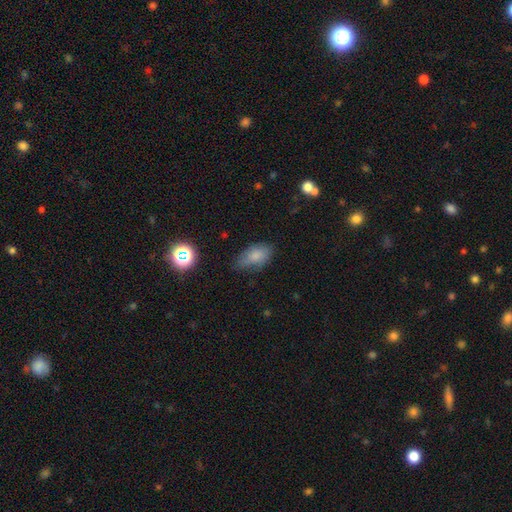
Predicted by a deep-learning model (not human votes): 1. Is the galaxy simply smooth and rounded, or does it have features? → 80% smooth, 10% star or artifact, 10% featured or disk.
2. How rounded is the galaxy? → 89% in between, 7% round, 4% cigar-shaped.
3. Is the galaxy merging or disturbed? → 56% none, 33% minor disturbance, 9% major disturbance, 2% merger.